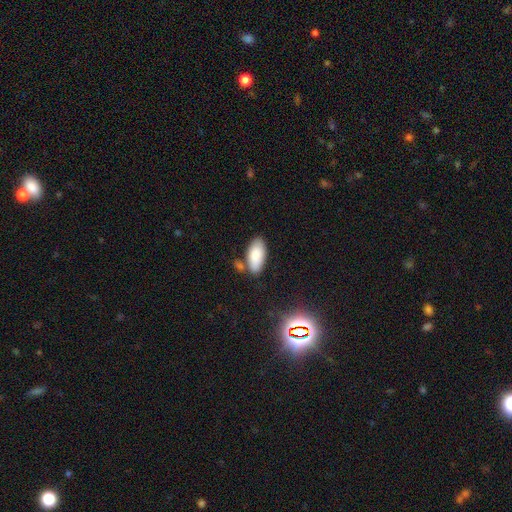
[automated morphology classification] Smooth or featured?
  - smooth: 86% *
  - star or artifact: 7%
  - featured or disk: 7%
How rounded?
  - in between: 92% *
  - cigar-shaped: 6%
  - round: 2%
Merging?
  - none: 70% *
  - minor disturbance: 15%
  - merger: 11%
  - major disturbance: 4%